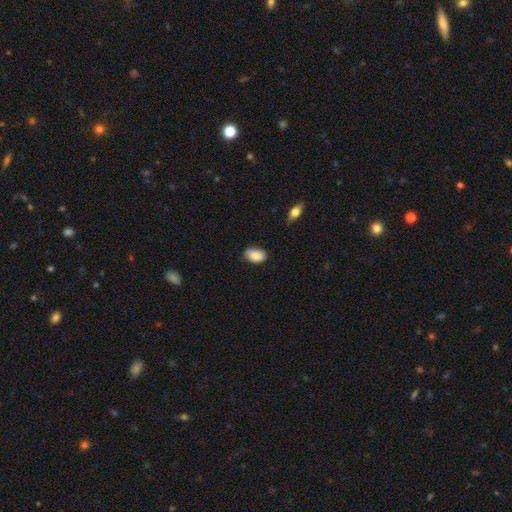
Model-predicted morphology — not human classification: Overall: smooth (87%). How rounded: in between (90%). Merging: none (74%).